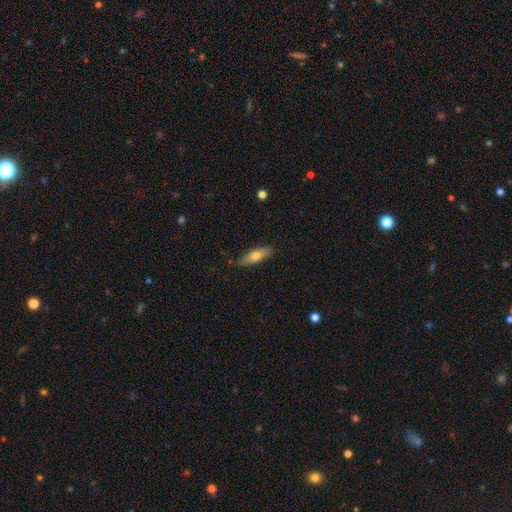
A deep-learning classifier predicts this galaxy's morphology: A smooth galaxy with no disk features (65%) that is cigar-shaped (50%).

Vote fractions:
- Smooth or featured? smooth: 65% / featured or disk: 29% / star or artifact: 6%
- How rounded? cigar-shaped: 50% / in between: 48% / round: 2%
- Merging? none: 85% / minor disturbance: 11% / major disturbance: 2% / merger: 1%